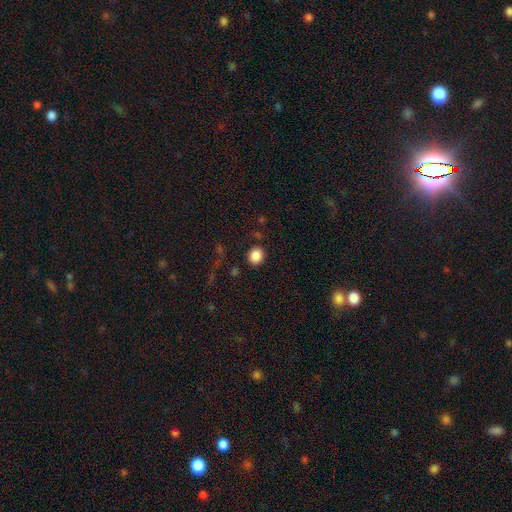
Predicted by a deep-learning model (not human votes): A smooth galaxy with no disk features (87%) that is round (74%).

Vote fractions:
- Smooth or featured? smooth: 87% / star or artifact: 9% / featured or disk: 4%
- How rounded? round: 74% / in between: 25% / cigar-shaped: 1%
- Merging? none: 87% / minor disturbance: 8% / major disturbance: 3% / merger: 2%